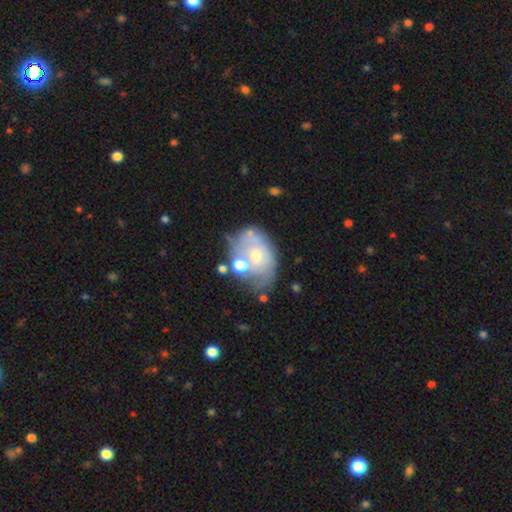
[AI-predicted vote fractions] The model was most divided on "bulge size": small: 47%, moderate: 45%, none: 3%, large: 3%, dominant: 1%. Remaining: edge-on disk — no (96%); bar — no (82%); spiral arms — no (59%); smooth or featured — featured or disk (54%); merging — none (41%).